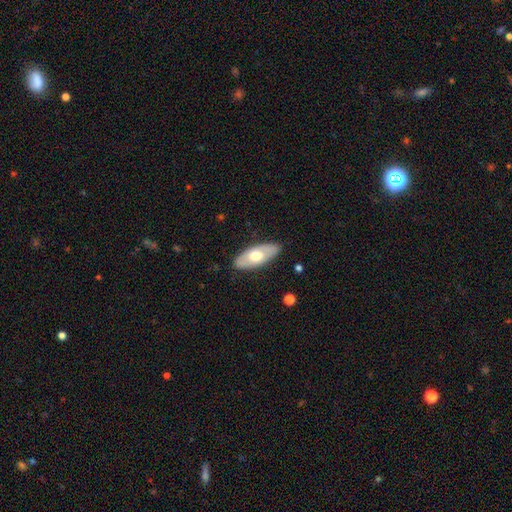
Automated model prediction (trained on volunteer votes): This is possibly a smooth galaxy (58%). How rounded: clearly in between (86%). Merging: clearly none (85%).